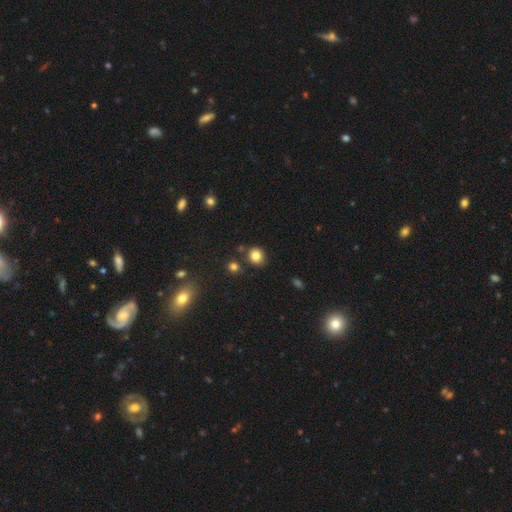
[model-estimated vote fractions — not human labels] This is clearly a smooth galaxy (82%). How rounded: clearly round (81%). Merging: clearly none (82%).